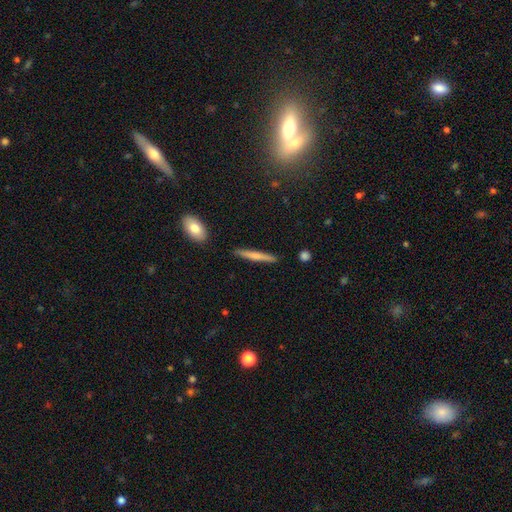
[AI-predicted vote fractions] Smooth or featured?
  - smooth: 58% *
  - featured or disk: 36%
  - star or artifact: 6%
How rounded?
  - cigar-shaped: 94% *
  - in between: 4%
  - round: 2%
Merging?
  - none: 90% *
  - minor disturbance: 7%
  - merger: 2%
  - major disturbance: 2%